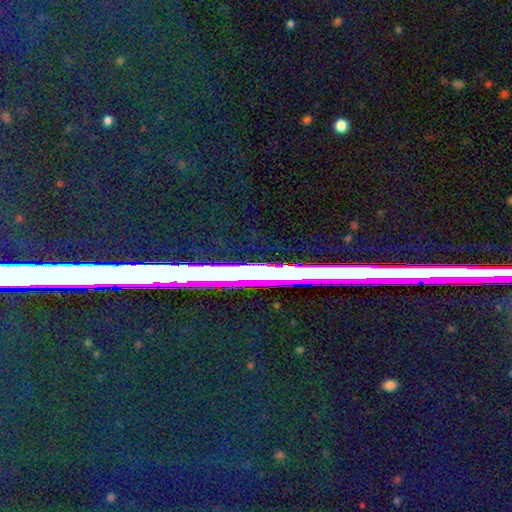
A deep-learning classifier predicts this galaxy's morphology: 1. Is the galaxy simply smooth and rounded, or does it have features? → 82% star or artifact, 9% featured or disk, 9% smooth.